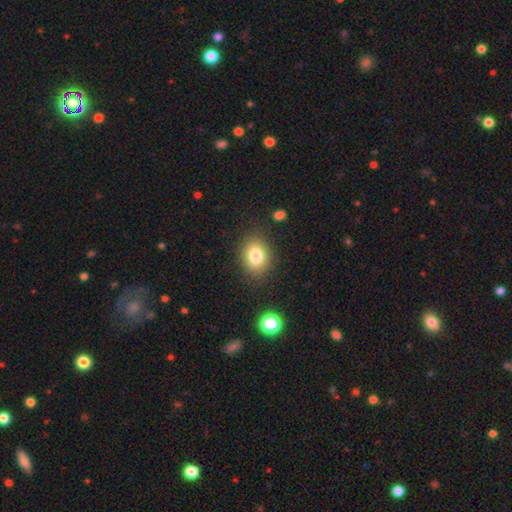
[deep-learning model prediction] A smooth galaxy with no disk features (80%) that is in between round and cigar-shaped (57%). Merging: none (84%).